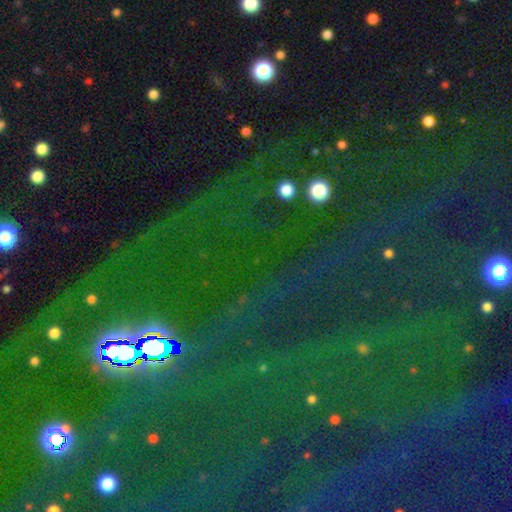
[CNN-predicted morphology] This appears to be a star or artifact, not a galaxy (82%).